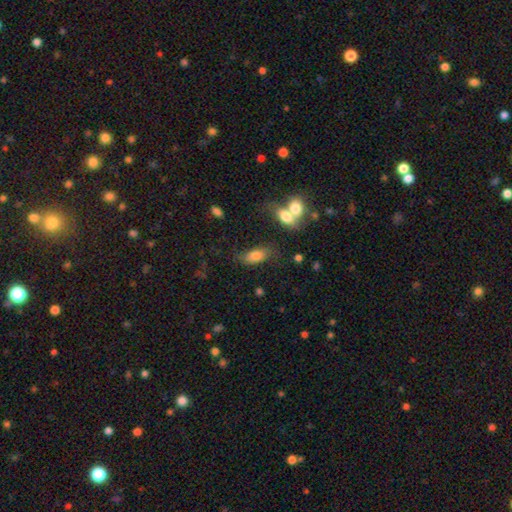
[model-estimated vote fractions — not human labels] This appears to be a smooth galaxy with no disk features (77%) that is in between round and cigar-shaped (86%). Merging: none (57%).